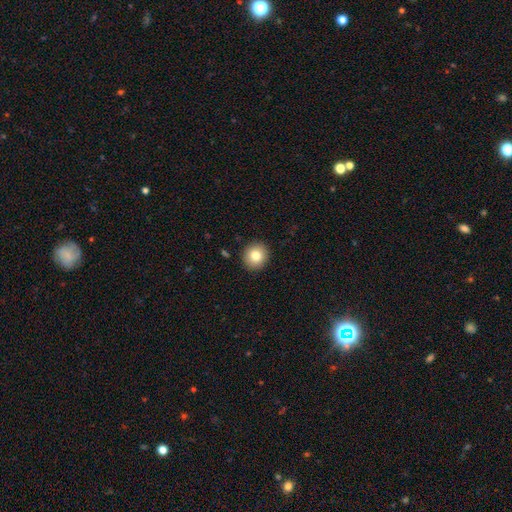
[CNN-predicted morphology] Overall: smooth (81%). How rounded: round (89%). Merging: none (92%).